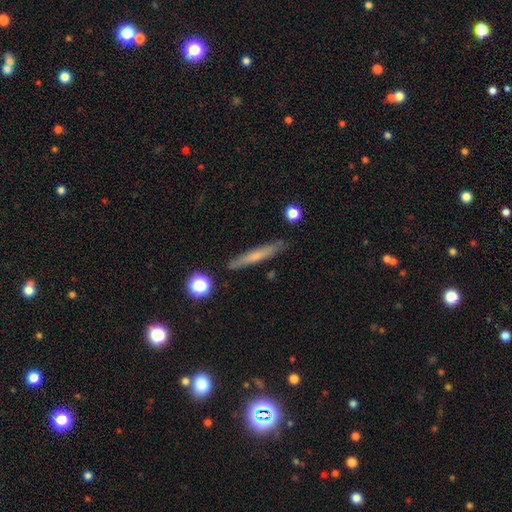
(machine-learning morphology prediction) Smooth or featured?
  - smooth: 55% *
  - featured or disk: 37%
  - star or artifact: 8%
How rounded?
  - cigar-shaped: 93% *
  - in between: 5%
  - round: 2%
Merging?
  - none: 87% *
  - minor disturbance: 9%
  - merger: 2%
  - major disturbance: 2%